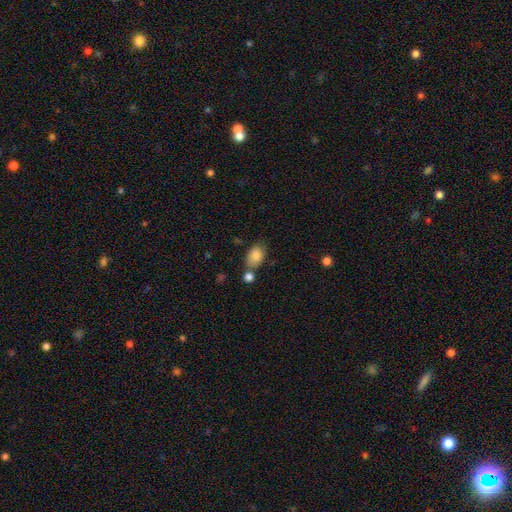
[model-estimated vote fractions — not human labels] Overall: smooth (83%). How rounded: in between (84%). Merging: none (61%).